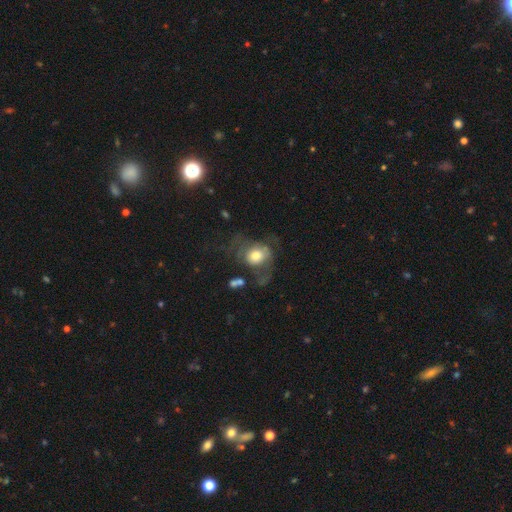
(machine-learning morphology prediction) smooth_or_featured: smooth (p=0.57) [alt: featured or disk p=0.34]
how_rounded: round (p=0.56) [alt: in between p=0.43]
merging: major disturbance (p=0.44) [alt: none p=0.31]